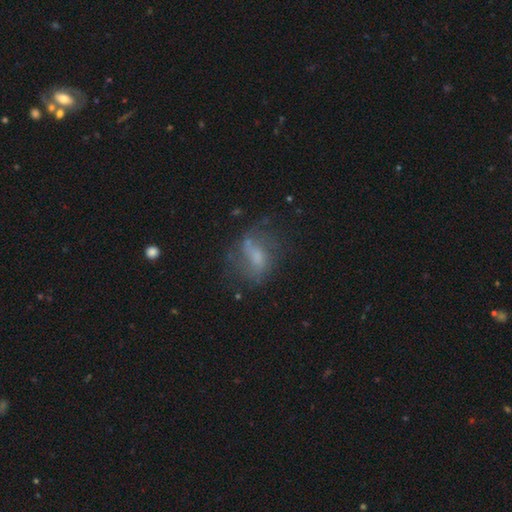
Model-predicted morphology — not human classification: Smooth or featured? Predicted: featured or disk (p=0.48). Merging? Predicted: none (p=0.48).